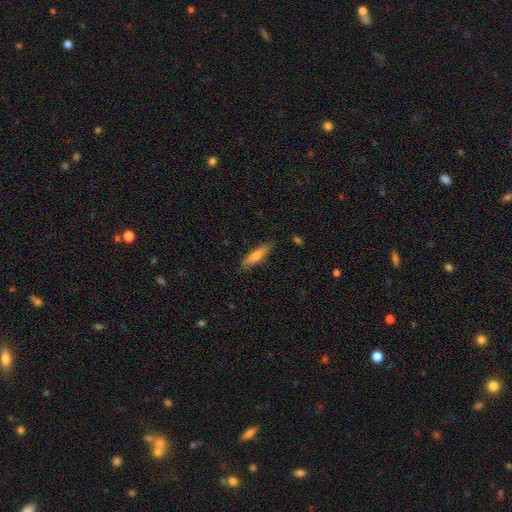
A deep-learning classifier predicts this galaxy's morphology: Overall: smooth (64%; featured or disk 30%). How rounded: cigar-shaped (74%). Merging: none (86%).